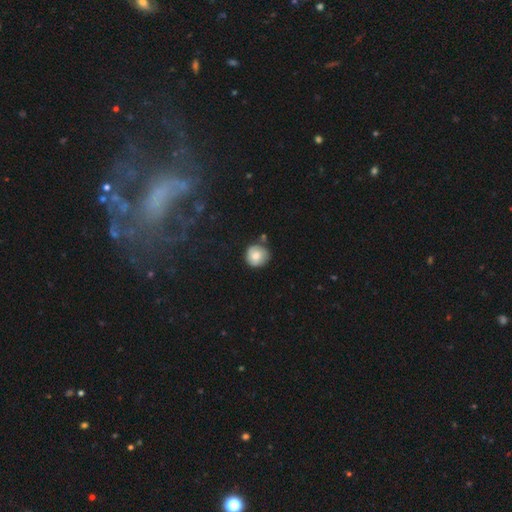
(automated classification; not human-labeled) A smooth galaxy with no disk features (72%) that is round (92%).

Vote fractions:
- Smooth or featured? smooth: 72% / featured or disk: 20% / star or artifact: 8%
- How rounded? round: 92% / in between: 7% / cigar-shaped: 1%
- Merging? none: 70% / minor disturbance: 19% / merger: 7% / major disturbance: 4%